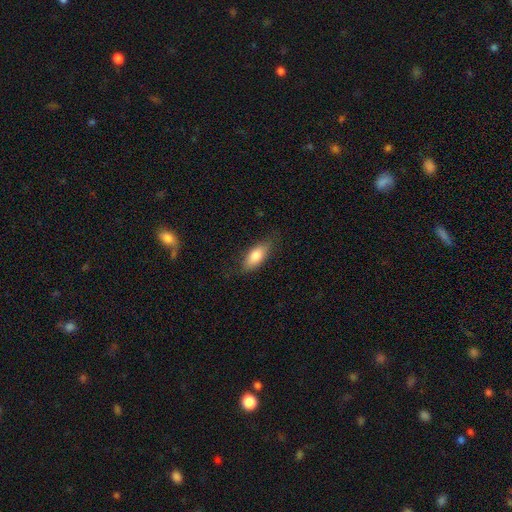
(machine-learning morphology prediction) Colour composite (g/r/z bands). It shows a smooth galaxy with no disk features (79%) that is in between round and cigar-shaped (82%). Merging: none (79%).